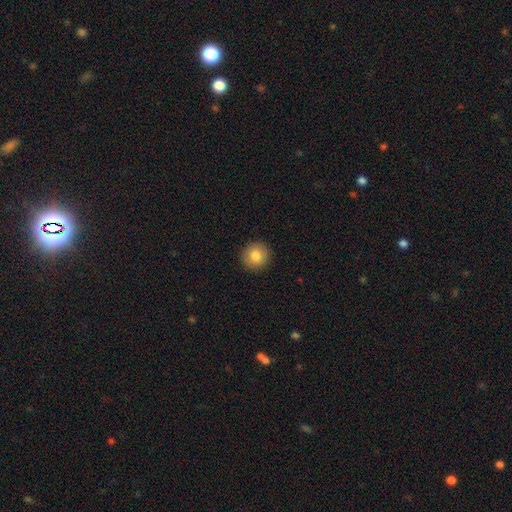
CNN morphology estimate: Smooth or featured? smooth (83%)
How rounded? round (94%)
Merging? none (92%)